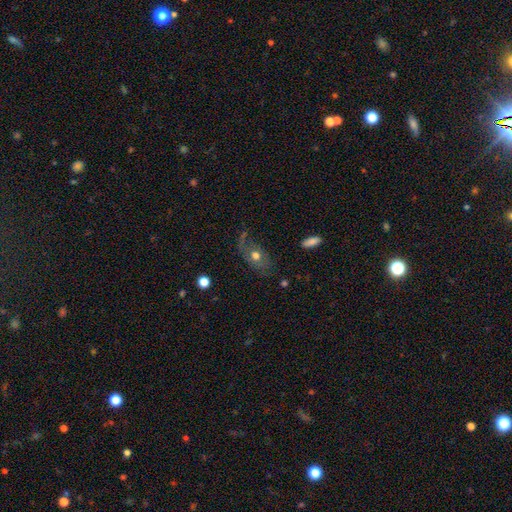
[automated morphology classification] Q: Smooth or featured?
A: smooth (49%); runner-up: featured or disk (42%)
Q: Merging?
A: none (49%); runner-up: major disturbance (24%)